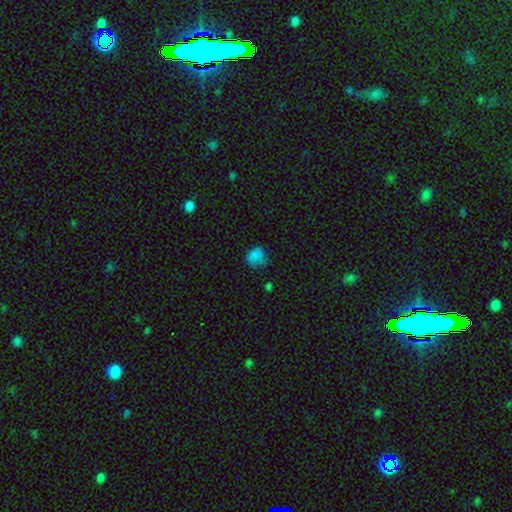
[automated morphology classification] A smooth galaxy with no disk features (78%) that is round (66%).

Vote fractions:
- Smooth or featured? smooth: 78% / star or artifact: 15% / featured or disk: 8%
- How rounded? round: 66% / in between: 33% / cigar-shaped: 1%
- Merging? none: 52% / minor disturbance: 32% / major disturbance: 13% / merger: 3%